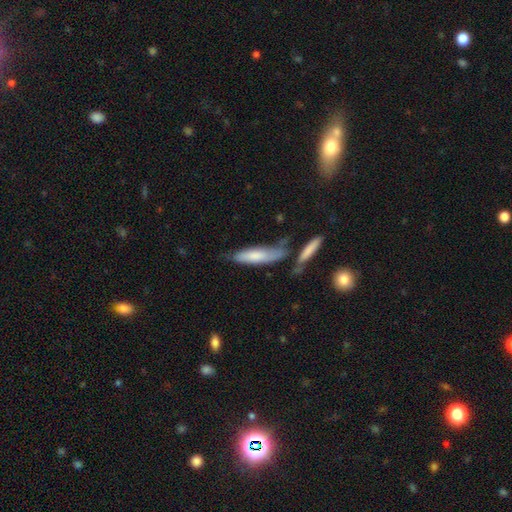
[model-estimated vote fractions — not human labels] Smooth or featured? smooth (70%)
How rounded? cigar-shaped (72%)
Merging? none (47%)